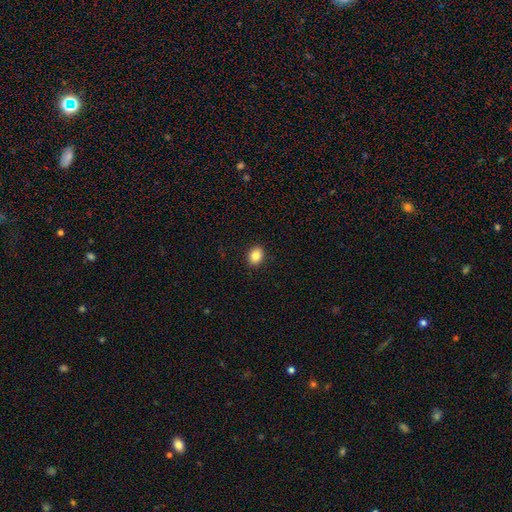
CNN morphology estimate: Smooth or featured?
  - smooth: 85% *
  - star or artifact: 9%
  - featured or disk: 6%
How rounded?
  - in between: 57% *
  - round: 43%
  - cigar-shaped: 1%
Merging?
  - none: 91% *
  - minor disturbance: 6%
  - major disturbance: 2%
  - merger: 1%